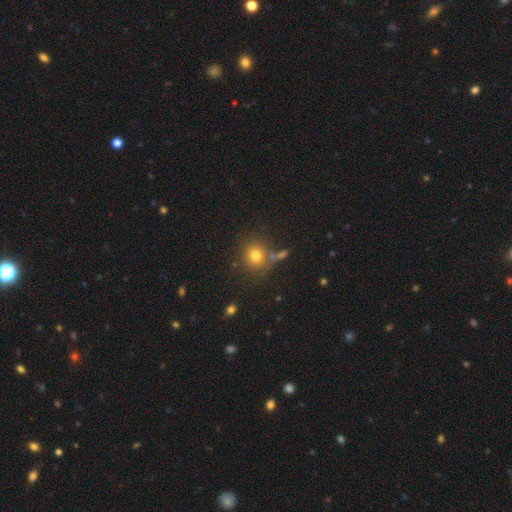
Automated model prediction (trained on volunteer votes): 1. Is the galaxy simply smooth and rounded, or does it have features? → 77% smooth, 14% star or artifact, 9% featured or disk.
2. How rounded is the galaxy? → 86% round, 13% in between, 1% cigar-shaped.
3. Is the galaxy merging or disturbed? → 75% none, 11% minor disturbance, 10% merger, 4% major disturbance.